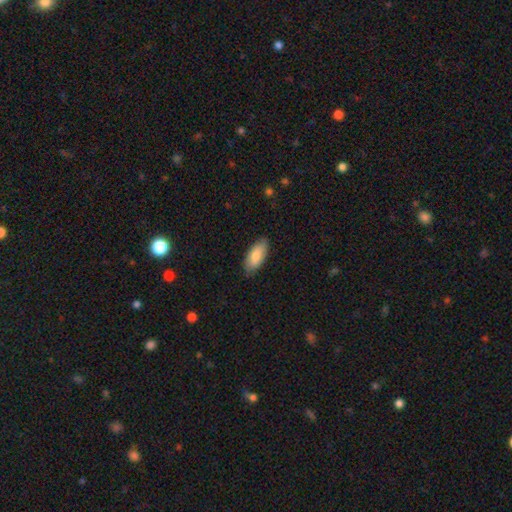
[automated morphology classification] smooth 80%, featured or disk 14%, star or artifact 6%. Down the decision tree: how rounded — in between (87%); merging — none (83%).